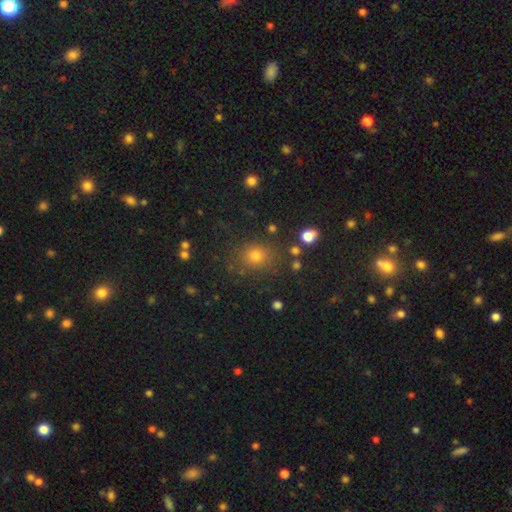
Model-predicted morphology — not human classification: A smooth galaxy with no disk features (72%) that is round (73%).

Vote fractions:
- Smooth or featured? smooth: 72% / star or artifact: 20% / featured or disk: 8%
- How rounded? round: 73% / in between: 26% / cigar-shaped: 1%
- Merging? none: 82% / minor disturbance: 10% / major disturbance: 4% / merger: 4%